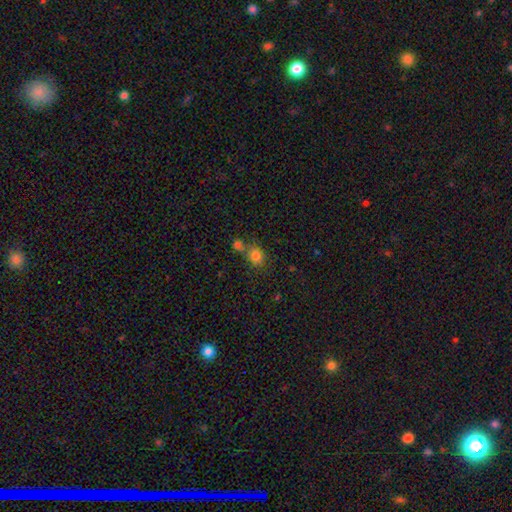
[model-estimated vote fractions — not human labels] The model was most divided on "merging": none: 46%, merger: 38%, minor disturbance: 11%, major disturbance: 5%. More confident: smooth or featured — smooth (78%); how rounded — round (68%).